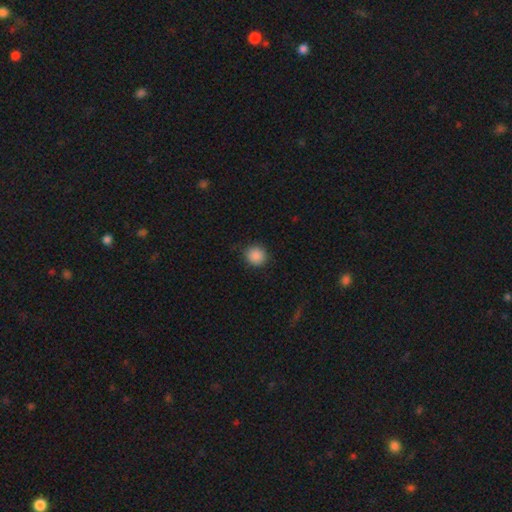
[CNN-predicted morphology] Overall: smooth (88%). How rounded: round (88%). Merging: none (89%).